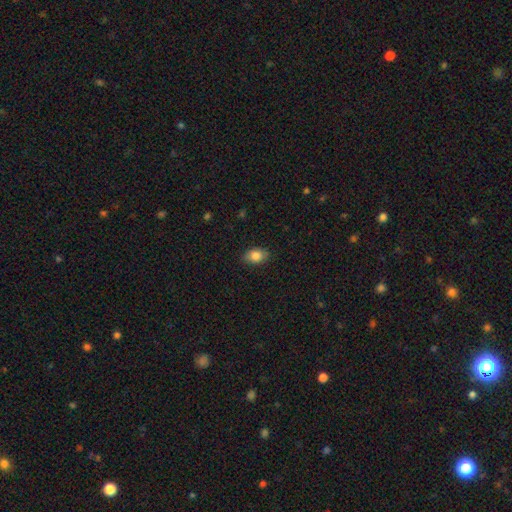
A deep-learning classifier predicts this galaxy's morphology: A smooth galaxy with no disk features (84%) that is in between round and cigar-shaped (85%). Merging: none (86%).